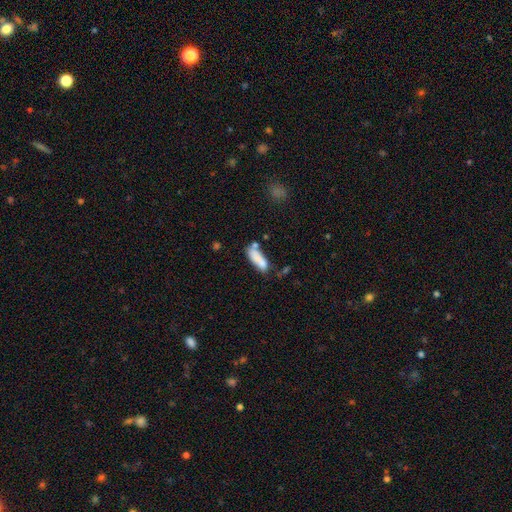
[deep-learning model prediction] smooth 79%, featured or disk 13%, star or artifact 8%. Down the decision tree: how rounded — in between (60%); merging — none (46%).